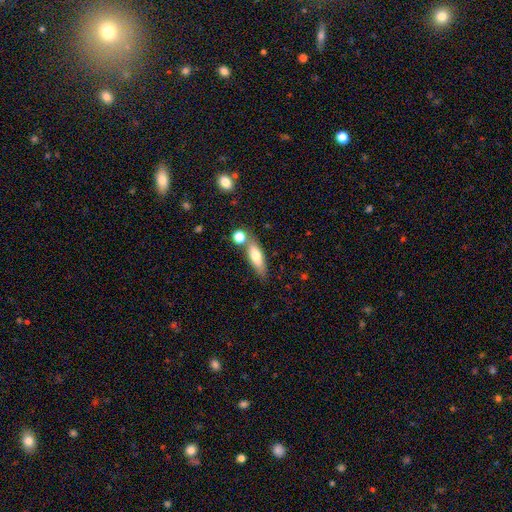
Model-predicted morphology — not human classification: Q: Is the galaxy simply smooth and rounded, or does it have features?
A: smooth — 67%.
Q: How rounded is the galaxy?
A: in between — 53%.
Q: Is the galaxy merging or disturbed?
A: none — 61%.